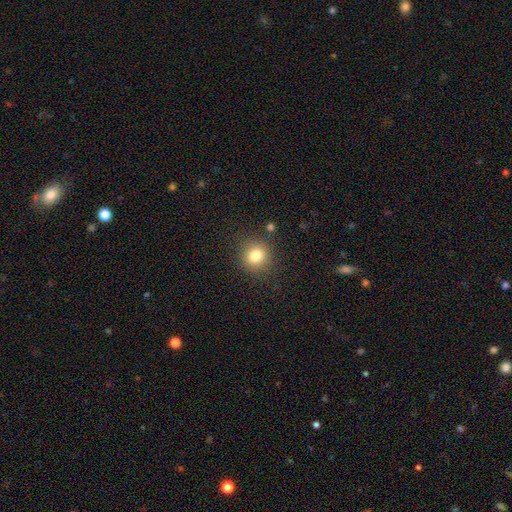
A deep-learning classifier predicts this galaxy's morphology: smooth-or-featured: smooth: 81% | star or artifact: 12% | featured or disk: 7%
  how-rounded: round: 89% | in between: 10% | cigar-shaped: 1%
  merging: none: 85% | minor disturbance: 9% | major disturbance: 3% | merger: 3%